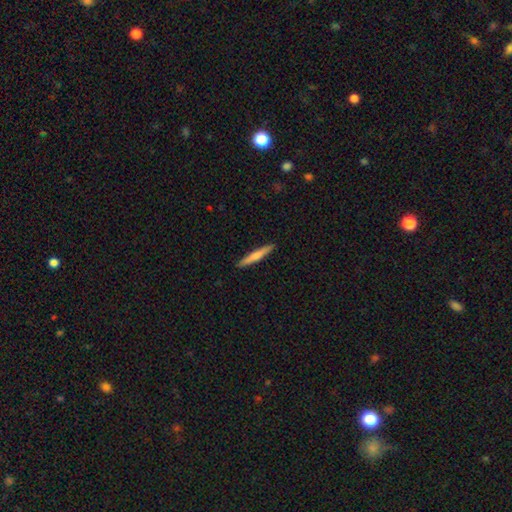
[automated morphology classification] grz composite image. It shows a smooth galaxy with no disk features (64%) that is cigar-shaped (95%). Merging: none (91%).